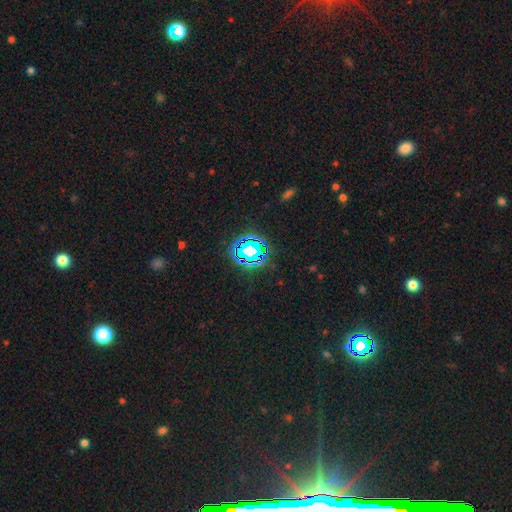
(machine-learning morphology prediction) This appears to be a star or artifact, not a galaxy (78%).